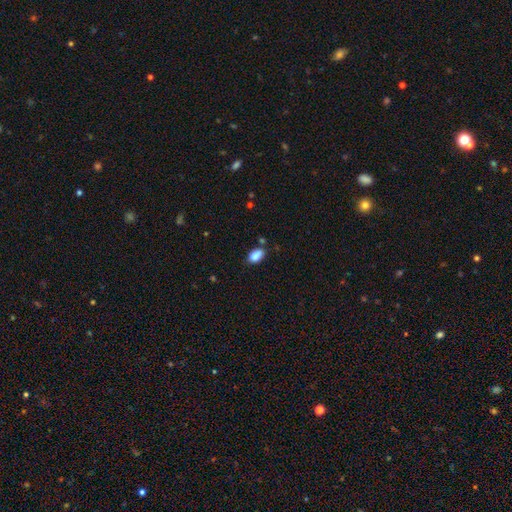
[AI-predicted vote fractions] The model was most divided on "merging": none: 72%, minor disturbance: 20%, merger: 5%, major disturbance: 4%. More confident: how rounded — in between (92%); smooth or featured — smooth (88%).